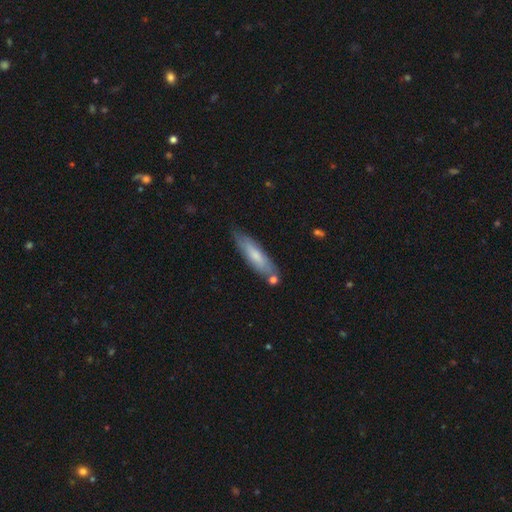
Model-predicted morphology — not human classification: Smooth or featured: smooth — 64% (featured or disk — 30%)
How rounded: cigar-shaped — 71% (in between — 28%)
Merging: none — 73% (minor disturbance — 18%)